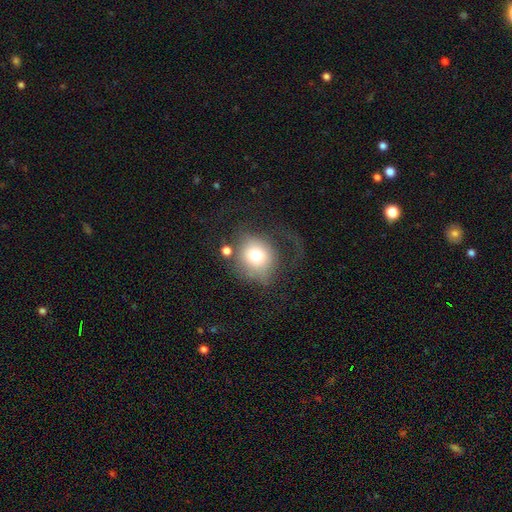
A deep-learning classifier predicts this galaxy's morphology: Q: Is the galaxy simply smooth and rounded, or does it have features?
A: smooth — 67%.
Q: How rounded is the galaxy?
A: round — 75%.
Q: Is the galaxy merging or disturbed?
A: major disturbance — 39%.